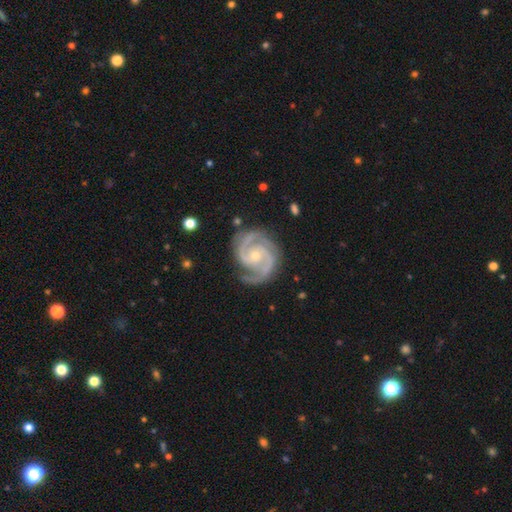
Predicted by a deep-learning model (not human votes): The model was most divided on "spiral winding": tight: 51%, medium: 45%, loose: 5%. More confident: spiral arms — yes (99%); edge-on disk — no (98%); smooth or featured — featured or disk (94%); spiral arm count — 2 (81%); merging — none (80%); bar — no (63%); bulge size — small (62%).